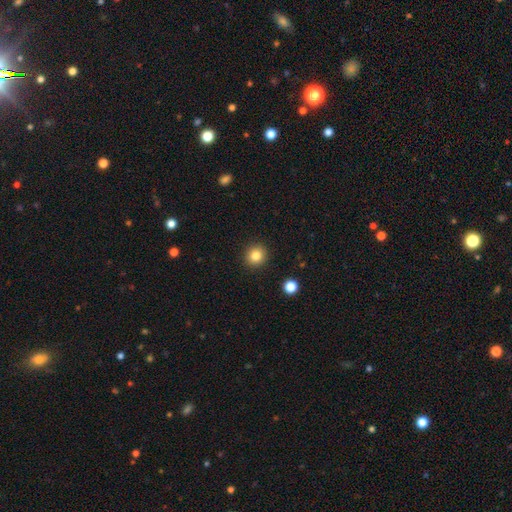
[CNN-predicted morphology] A smooth galaxy with no disk features (83%) that is round (90%).

Vote fractions:
- Smooth or featured? smooth: 83% / star or artifact: 11% / featured or disk: 6%
- How rounded? round: 90% / in between: 9% / cigar-shaped: 1%
- Merging? none: 92% / minor disturbance: 5% / major disturbance: 2% / merger: 1%